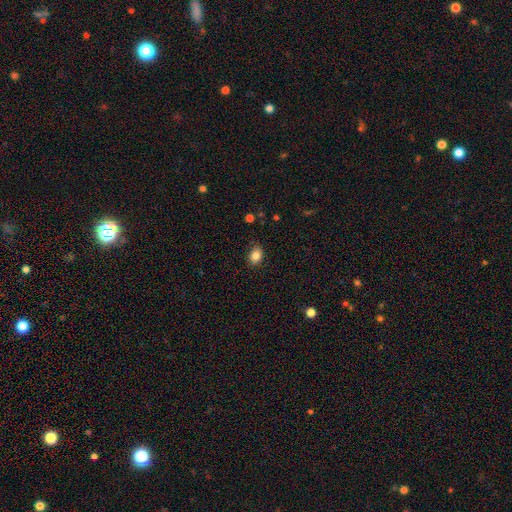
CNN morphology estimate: Overall: smooth (84%). How rounded: in between (63%; round 36%). Merging: none (82%).